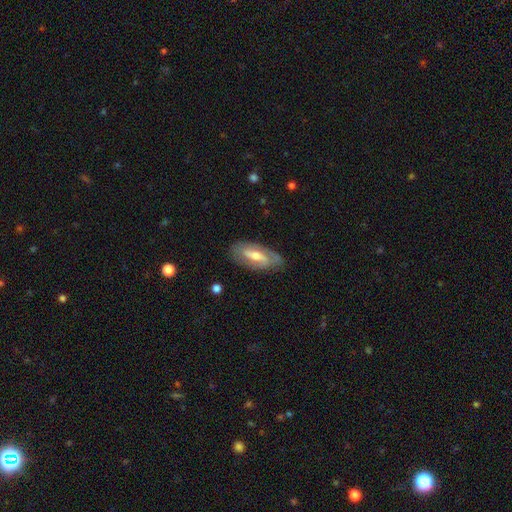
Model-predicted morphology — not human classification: featured or disk 70%, smooth 24%, star or artifact 6%. Down the decision tree: edge-on disk — no (87%); bar — weak (41%); spiral arms — yes (77%); bulge size — moderate (60%); merging — none (77%).